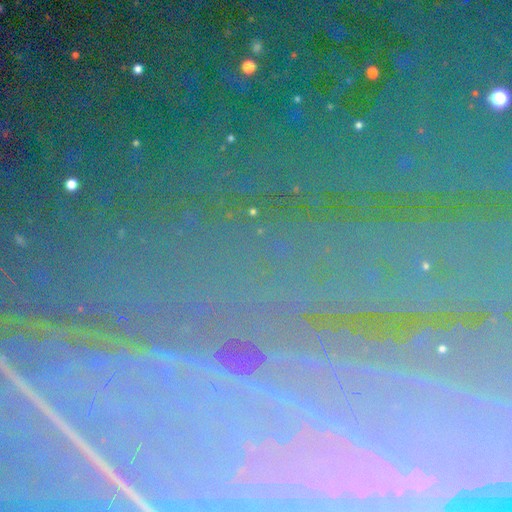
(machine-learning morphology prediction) star or artifact 76%, featured or disk 13%, smooth 11%.